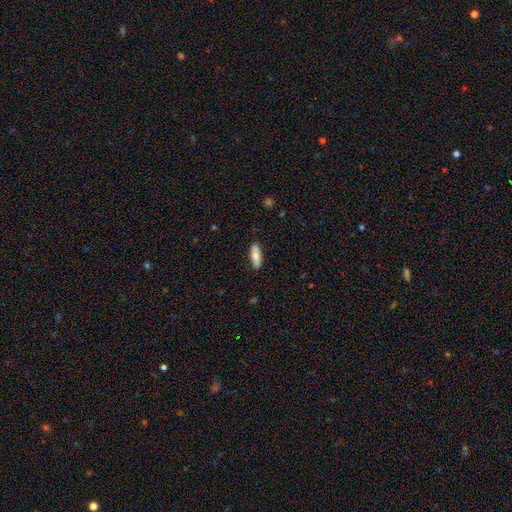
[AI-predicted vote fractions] Overall: smooth (72%). How rounded: in between (58%; cigar-shaped 40%). Merging: none (87%).